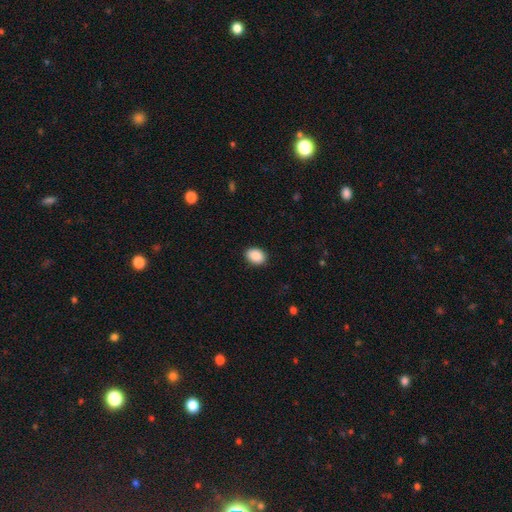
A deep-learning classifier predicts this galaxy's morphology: A smooth galaxy with no disk features (90%) that is in between round and cigar-shaped (77%). Merging: none (89%).